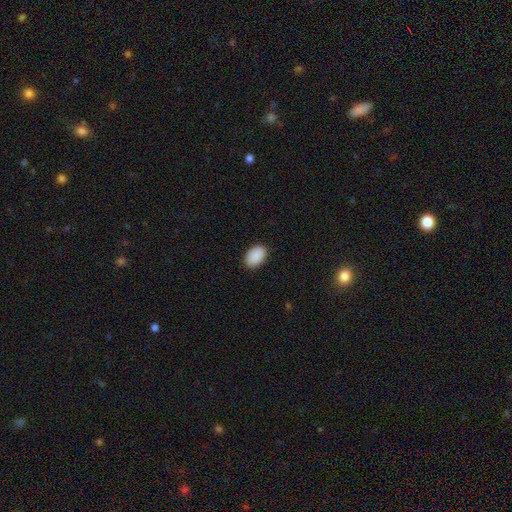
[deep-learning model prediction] smooth_or_featured: smooth (p=0.91) [alt: star or artifact p=0.07]
how_rounded: in between (p=0.88) [alt: round p=0.11]
merging: none (p=0.88) [alt: minor disturbance p=0.09]